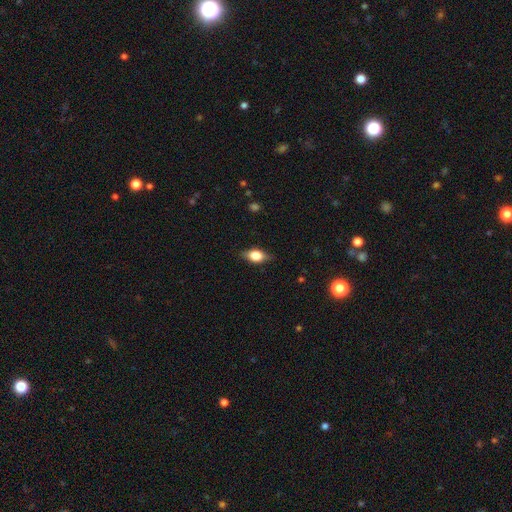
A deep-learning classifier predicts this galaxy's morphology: This is likely a smooth galaxy (63%). How rounded: likely in between (78%). Merging: likely none (80%).